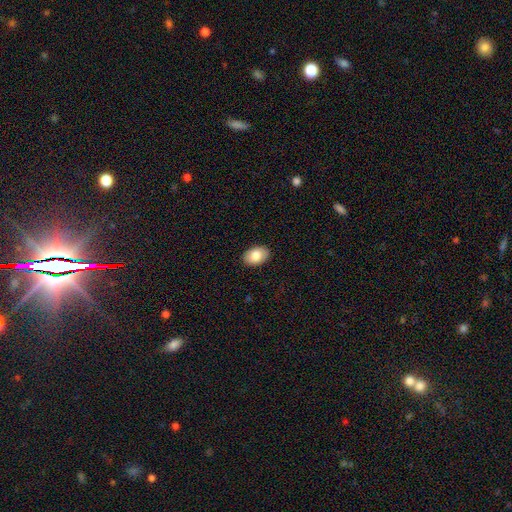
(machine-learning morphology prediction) Q: Smooth or featured?
A: smooth (84%); runner-up: featured or disk (10%)
Q: How rounded?
A: in between (87%); runner-up: round (12%)
Q: Merging?
A: none (90%); runner-up: minor disturbance (7%)